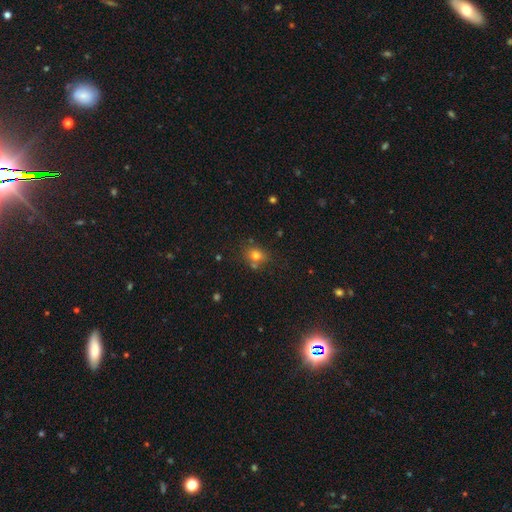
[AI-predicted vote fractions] Smooth or featured: smooth — 74% (star or artifact — 16%)
How rounded: round — 64% (in between — 35%)
Merging: none — 69% (minor disturbance — 14%)